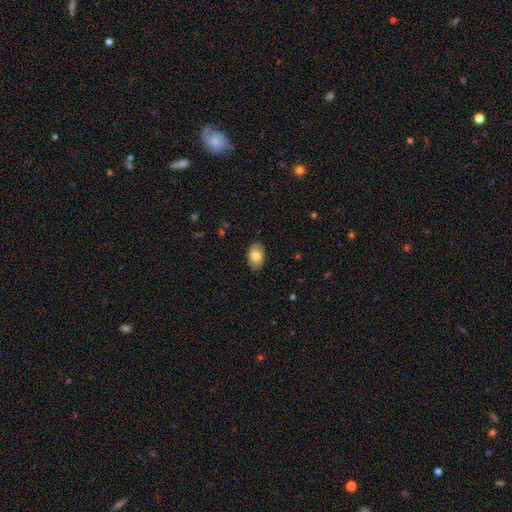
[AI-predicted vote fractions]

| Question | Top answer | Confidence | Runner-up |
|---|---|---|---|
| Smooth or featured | smooth | 82% | featured or disk (11%) |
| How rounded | in between | 90% | round (8%) |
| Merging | none | 86% | minor disturbance (11%) |